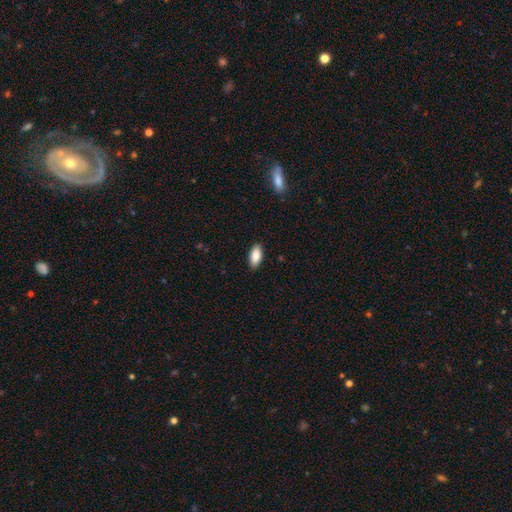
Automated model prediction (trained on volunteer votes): Overall: smooth (85%). How rounded: in between (88%). Merging: none (89%).